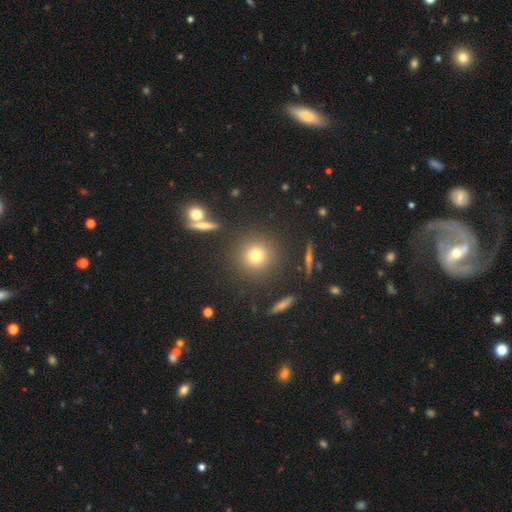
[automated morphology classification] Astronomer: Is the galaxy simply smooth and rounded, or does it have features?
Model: smooth — 73%.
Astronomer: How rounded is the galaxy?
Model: round — 92%.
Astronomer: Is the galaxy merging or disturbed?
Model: none — 87%.